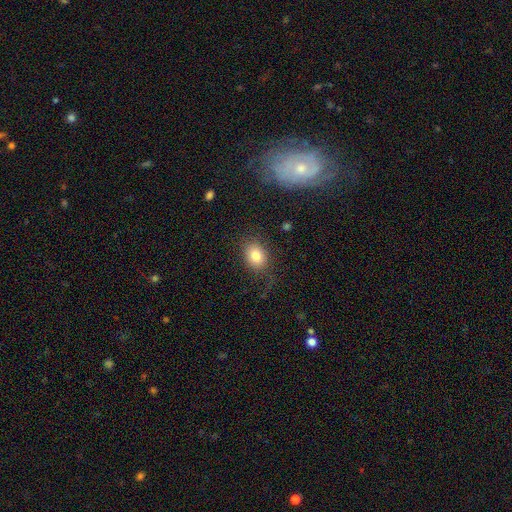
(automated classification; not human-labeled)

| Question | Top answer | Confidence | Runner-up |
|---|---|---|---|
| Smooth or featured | smooth | 81% | star or artifact (10%) |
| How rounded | in between | 54% | round (45%) |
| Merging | none | 77% | minor disturbance (14%) |